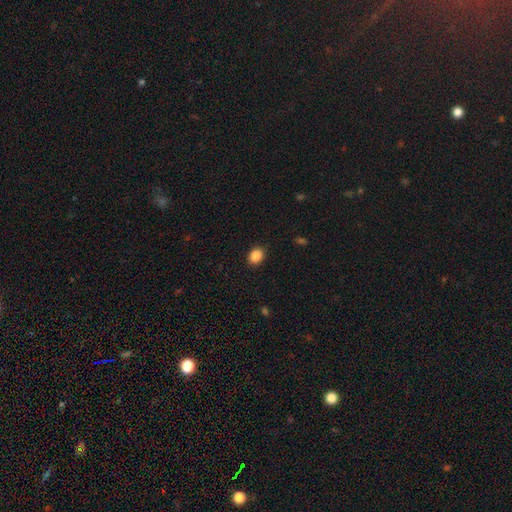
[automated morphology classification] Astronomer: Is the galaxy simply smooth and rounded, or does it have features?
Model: smooth — 88%.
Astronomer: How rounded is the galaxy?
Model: in between — 58% (runner-up: round, 41%).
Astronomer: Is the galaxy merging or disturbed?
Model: none — 89%.